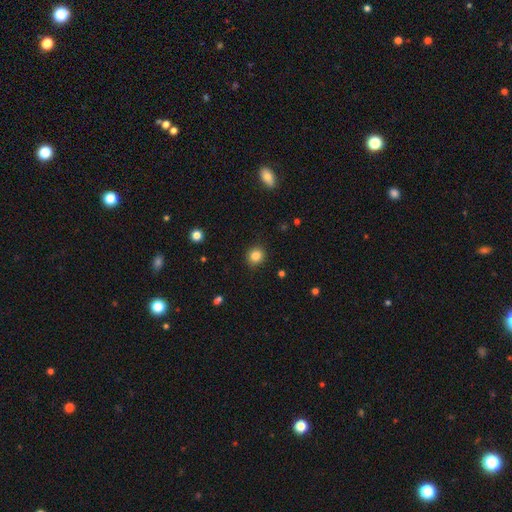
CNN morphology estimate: Overall: smooth (83%). How rounded: round (87%). Merging: none (90%).